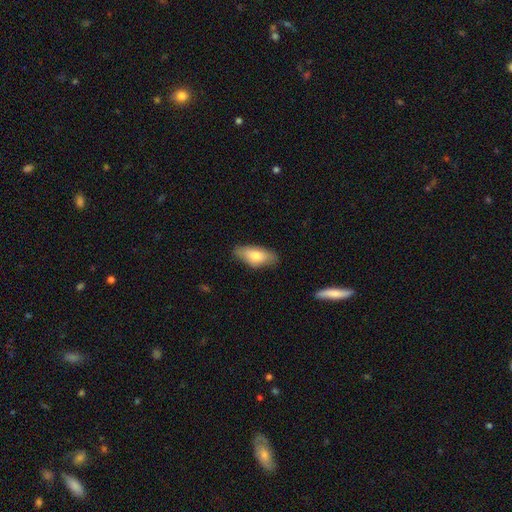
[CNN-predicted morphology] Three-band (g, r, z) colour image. It shows a smooth galaxy with no disk features (74%) that is in between round and cigar-shaped (87%). Merging: none (76%).